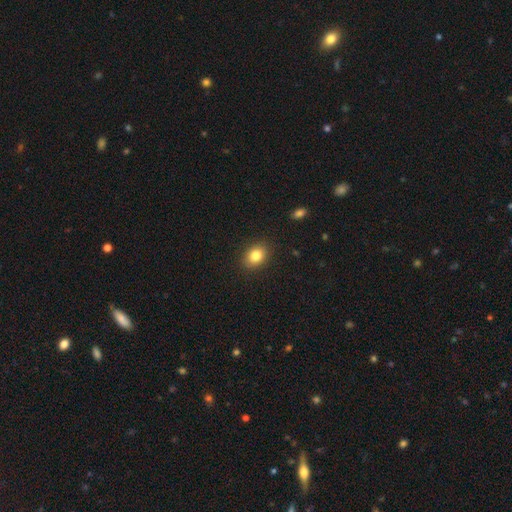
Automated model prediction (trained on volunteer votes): The model was most divided on "how rounded": in between: 65%, round: 34%, cigar-shaped: 1%. More confident: merging — none (89%); smooth or featured — smooth (83%).